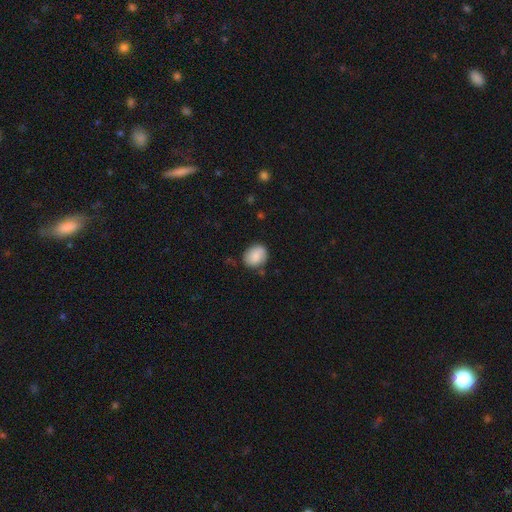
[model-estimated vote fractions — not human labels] Smooth or featured? smooth (80%)
How rounded? round (55%)
Merging? none (76%)